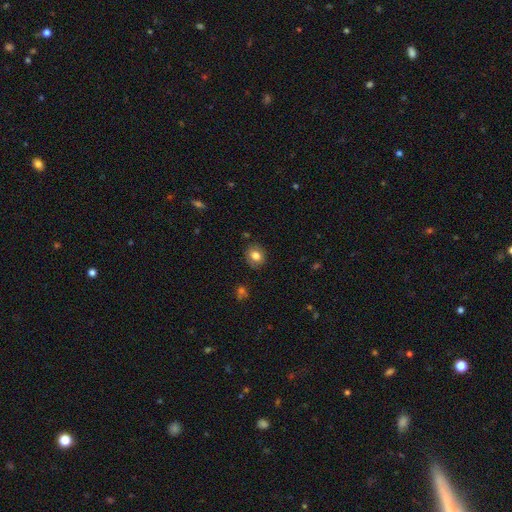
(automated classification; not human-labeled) A smooth galaxy with no disk features (79%) that is round (64%).

Vote fractions:
- Smooth or featured? smooth: 79% / featured or disk: 11% / star or artifact: 10%
- How rounded? round: 64% / in between: 35% / cigar-shaped: 1%
- Merging? none: 85% / minor disturbance: 11% / major disturbance: 3% / merger: 2%